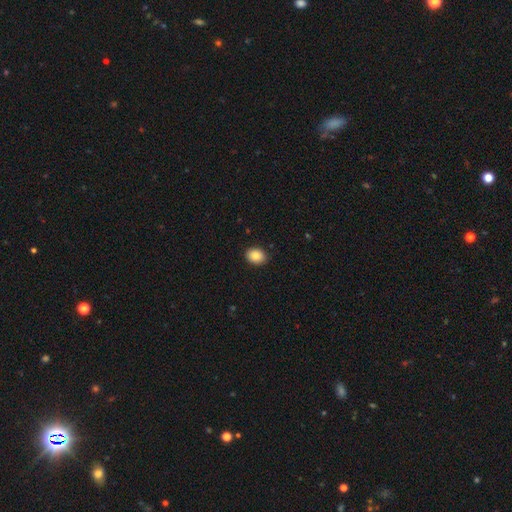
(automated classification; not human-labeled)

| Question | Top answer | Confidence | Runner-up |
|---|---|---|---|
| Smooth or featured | smooth | 87% | star or artifact (8%) |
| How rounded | in between | 59% | round (40%) |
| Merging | none | 89% | minor disturbance (9%) |